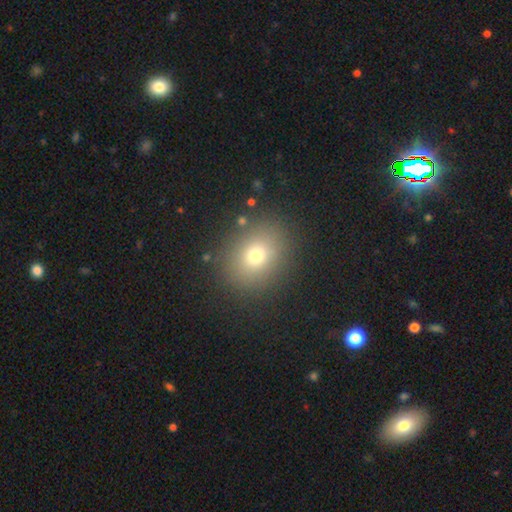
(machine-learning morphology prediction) Smooth or featured? smooth (73%)
How rounded? round (59%)
Merging? none (86%)